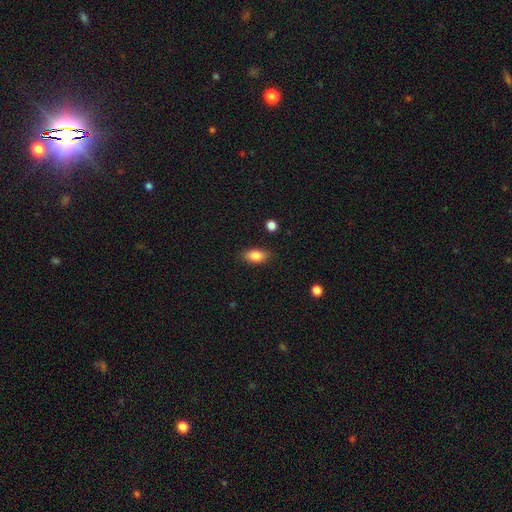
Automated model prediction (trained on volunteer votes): The model was most divided on "merging": none: 85%, minor disturbance: 11%, major disturbance: 3%, merger: 1%. More confident: how rounded — in between (87%); smooth or featured — smooth (84%).